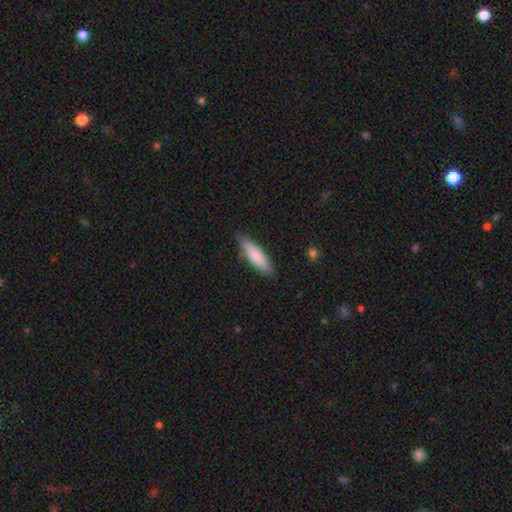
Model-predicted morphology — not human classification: A smooth galaxy with no disk features (84%) that is cigar-shaped (57%). Merging: none (83%).